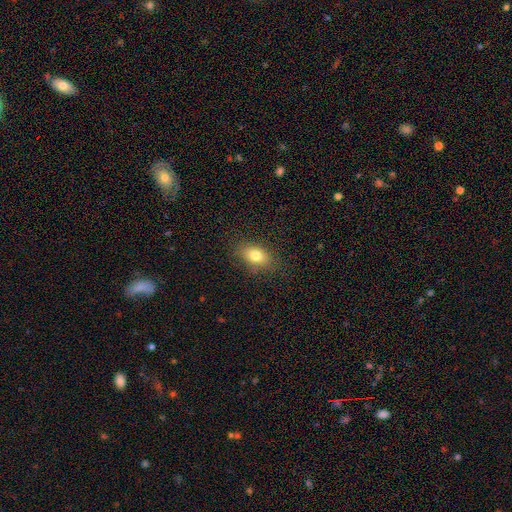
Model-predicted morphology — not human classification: A smooth galaxy with no disk features (79%) that is in between round and cigar-shaped (79%). Merging: none (83%).